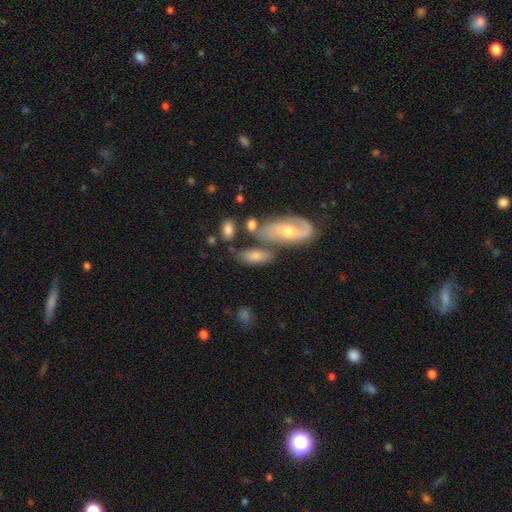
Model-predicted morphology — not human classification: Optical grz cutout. It shows a smooth galaxy with no disk features (66%) that is in between round and cigar-shaped (85%). Merging: none (45%).